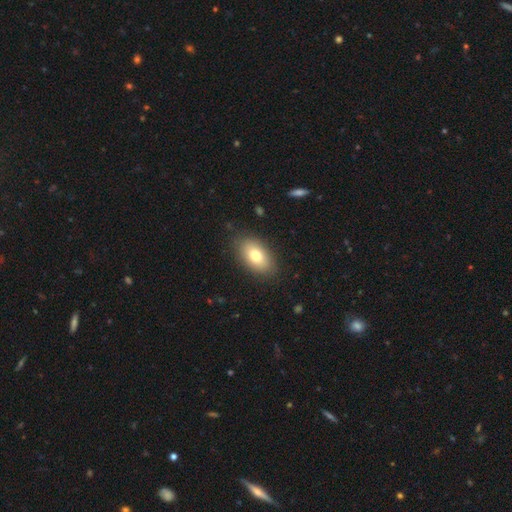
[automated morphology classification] type=smooth (77%); roundness=in between (92%); merging=none (85%).